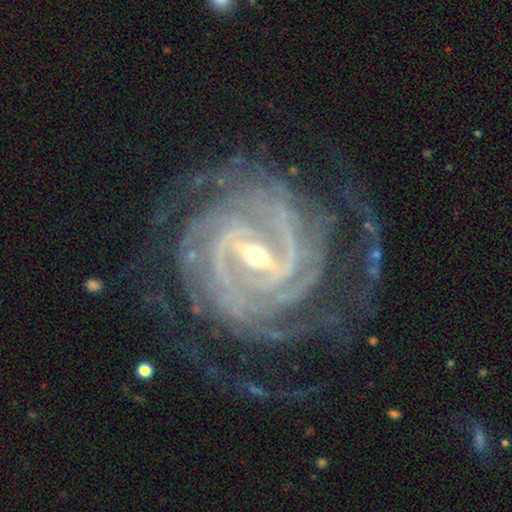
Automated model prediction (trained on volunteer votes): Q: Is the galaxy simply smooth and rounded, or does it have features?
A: featured or disk — 94%.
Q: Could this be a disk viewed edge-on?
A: no — 97%.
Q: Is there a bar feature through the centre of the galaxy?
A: strong — 61%.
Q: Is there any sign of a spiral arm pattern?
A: yes — 99%.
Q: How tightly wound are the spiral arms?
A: tight — 77%.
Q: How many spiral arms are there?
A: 4 — 27%.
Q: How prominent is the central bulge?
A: small — 55%.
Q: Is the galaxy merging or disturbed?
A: none — 74%.